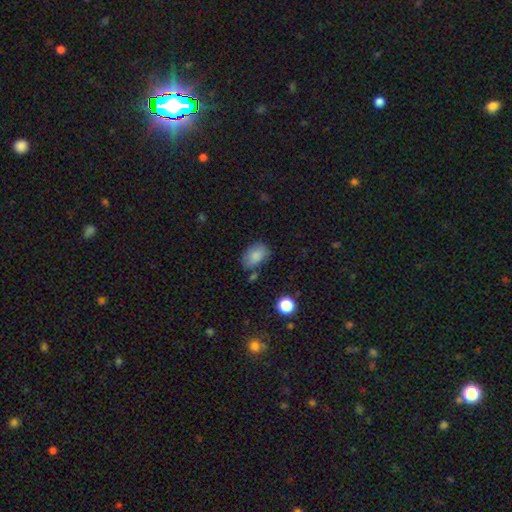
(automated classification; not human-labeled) smooth_or_featured: smooth (p=0.84) [alt: star or artifact p=0.08]
how_rounded: in between (p=0.86) [alt: round p=0.13]
merging: none (p=0.68) [alt: minor disturbance p=0.21]